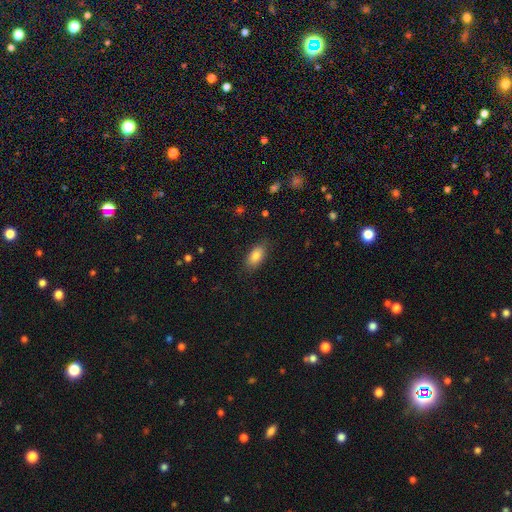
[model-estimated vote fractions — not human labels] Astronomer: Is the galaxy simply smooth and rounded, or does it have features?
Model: smooth — 85%.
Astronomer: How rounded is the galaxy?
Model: in between — 90%.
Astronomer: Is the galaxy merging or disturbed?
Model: none — 83%.